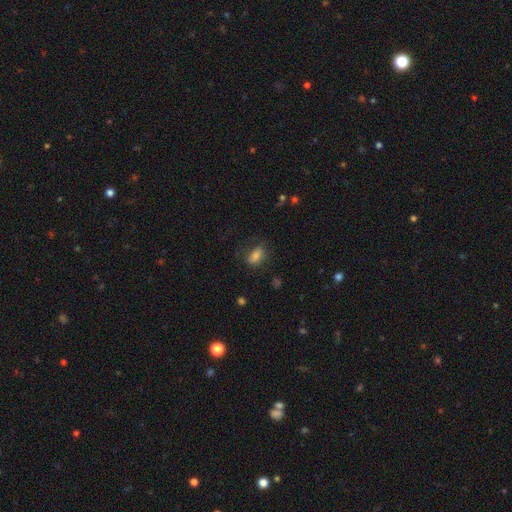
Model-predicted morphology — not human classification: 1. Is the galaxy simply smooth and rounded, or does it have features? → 74% smooth, 14% featured or disk, 12% star or artifact.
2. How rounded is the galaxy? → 82% in between, 12% round, 6% cigar-shaped.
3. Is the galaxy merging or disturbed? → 65% none, 21% minor disturbance, 13% major disturbance, 2% merger.